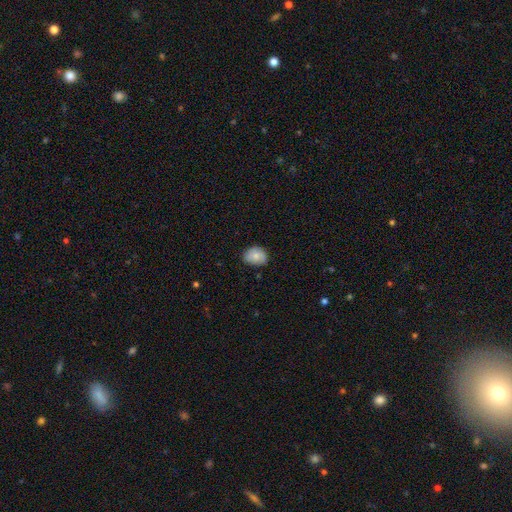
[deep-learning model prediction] A smooth galaxy with no disk features (80%) that is in between round and cigar-shaped (59%). Merging: none (70%).